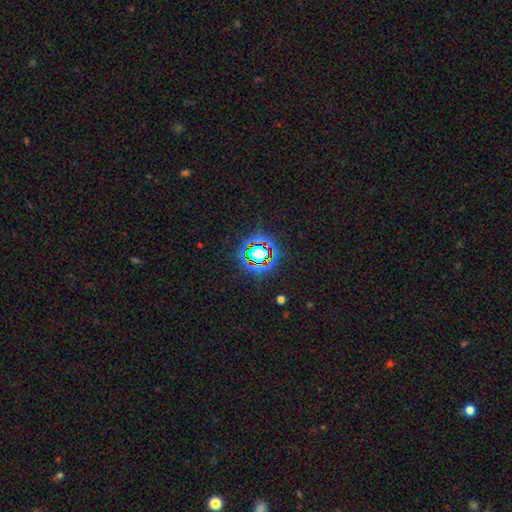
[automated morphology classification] A star or artifact, not a galaxy (77%).